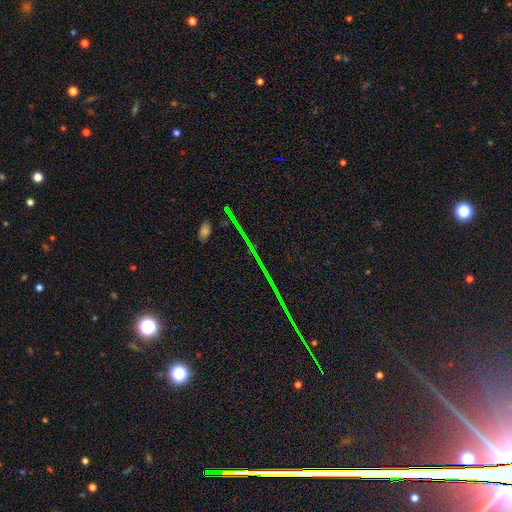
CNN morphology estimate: Smooth or featured? star or artifact (81%)